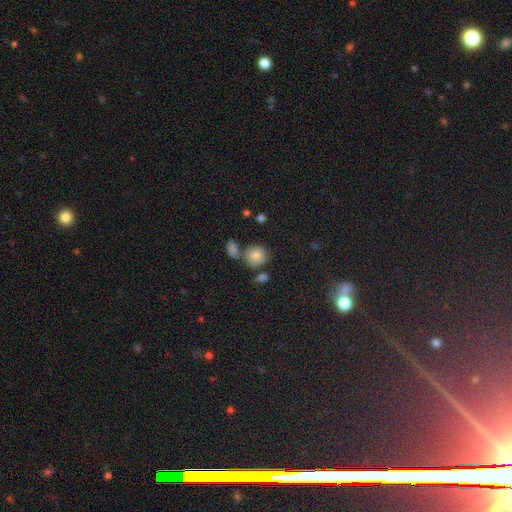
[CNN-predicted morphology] Smooth or featured? Predicted: smooth (p=0.83). How rounded? Predicted: round (p=0.79). Merging? Predicted: none (p=0.54).